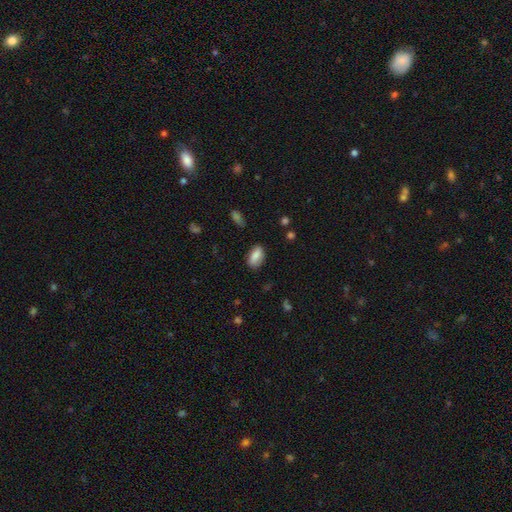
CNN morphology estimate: smooth 82%, featured or disk 10%, star or artifact 7%. Down the decision tree: how rounded — in between (90%); merging — none (79%).